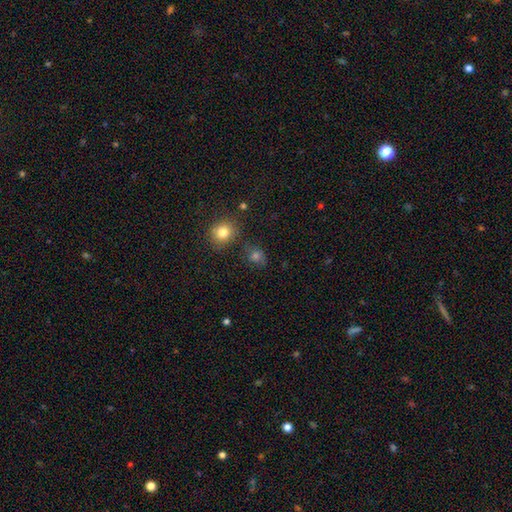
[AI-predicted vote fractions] The model was most divided on "how rounded": round: 72%, in between: 27%, cigar-shaped: 1%. More confident: merging — none (76%); smooth or featured — smooth (69%).